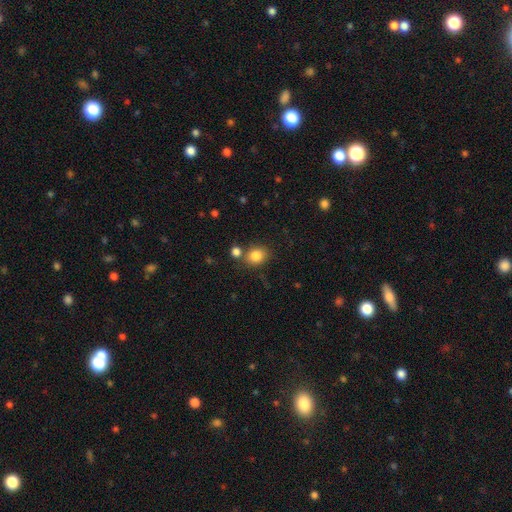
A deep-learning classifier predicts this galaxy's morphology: Smooth or featured?
  - smooth: 84% *
  - star or artifact: 10%
  - featured or disk: 6%
How rounded?
  - round: 58% *
  - in between: 41%
  - cigar-shaped: 1%
Merging?
  - none: 69% *
  - merger: 16%
  - minor disturbance: 12%
  - major disturbance: 4%